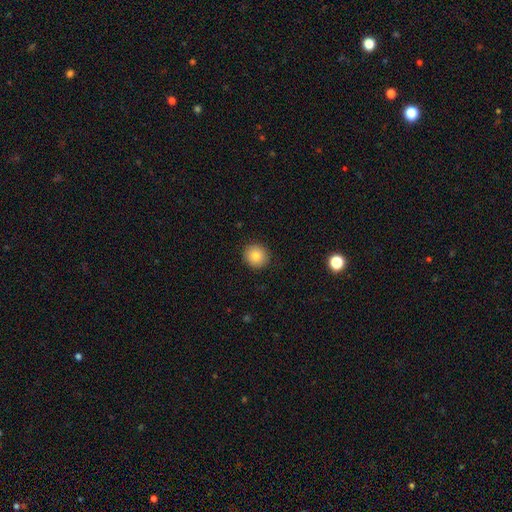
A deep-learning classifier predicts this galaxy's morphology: smooth 81%, star or artifact 10%, featured or disk 9%. Down the decision tree: how rounded — round (92%); merging — none (91%).